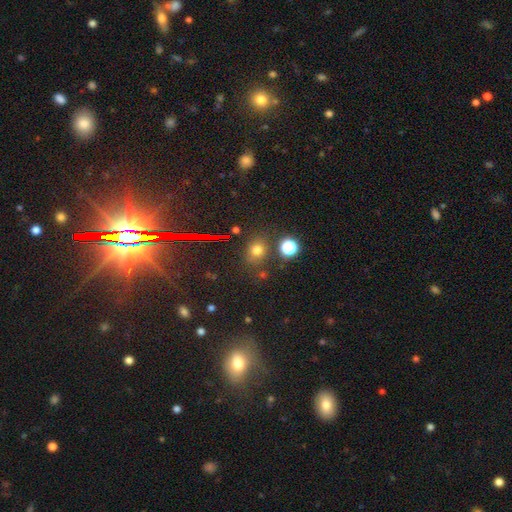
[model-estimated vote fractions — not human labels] Q: Smooth or featured?
A: smooth (56%); runner-up: star or artifact (34%)
Q: How rounded?
A: round (75%); runner-up: in between (23%)
Q: Merging?
A: none (83%); runner-up: minor disturbance (9%)